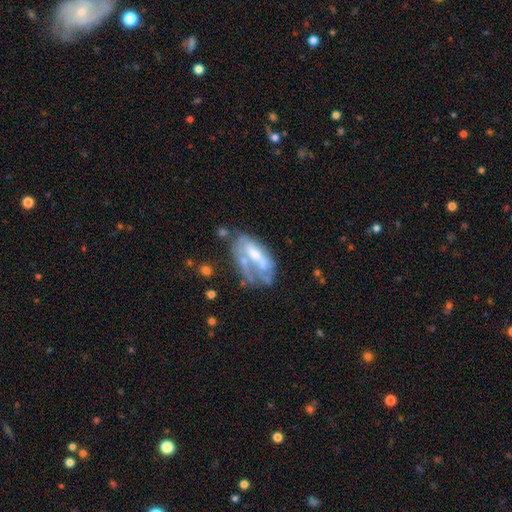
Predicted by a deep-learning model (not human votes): Morphology: type=featured or disk (57%); edge-on=no (90%); bar=no (52%); spiral arms=no (70%); bulge=moderate (42%); merging=none (30%).